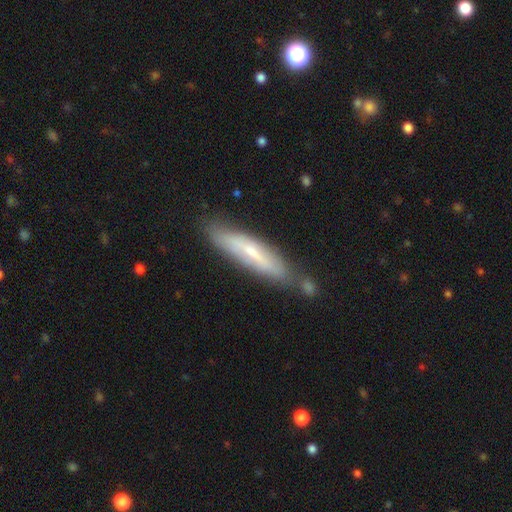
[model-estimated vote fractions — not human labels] Morphology: type=smooth (47%); merging=none (67%).